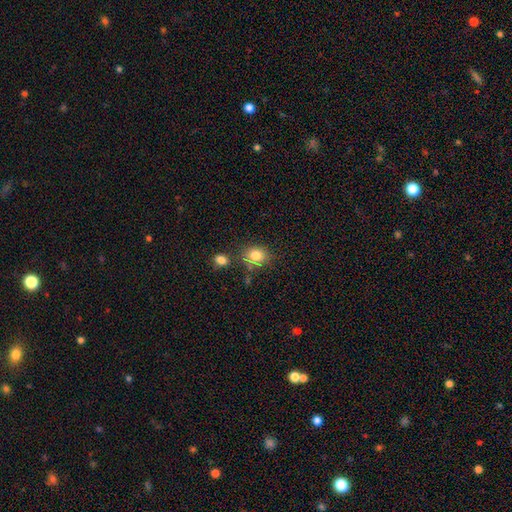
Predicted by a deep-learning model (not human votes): A smooth galaxy with no disk features (81%) that is round (69%). Merging: none (68%).